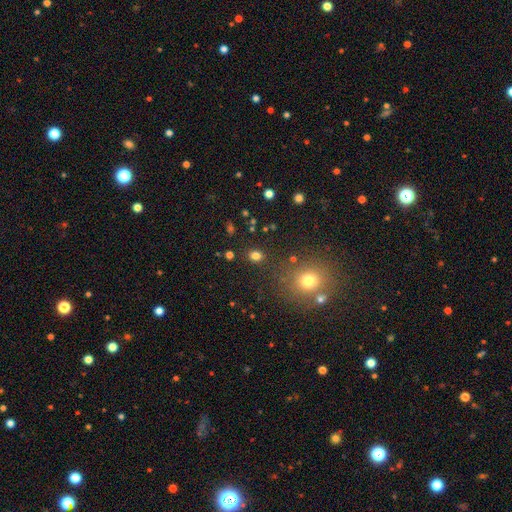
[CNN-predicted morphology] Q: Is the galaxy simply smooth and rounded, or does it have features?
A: smooth — 78%.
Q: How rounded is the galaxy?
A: round — 59%.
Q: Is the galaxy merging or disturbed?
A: none — 86%.